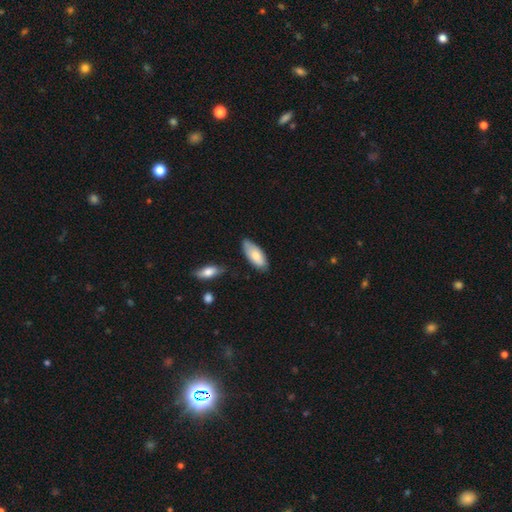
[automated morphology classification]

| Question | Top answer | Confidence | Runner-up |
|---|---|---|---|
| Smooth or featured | smooth | 76% | featured or disk (18%) |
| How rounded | in between | 86% | cigar-shaped (12%) |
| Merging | none | 73% | minor disturbance (21%) |